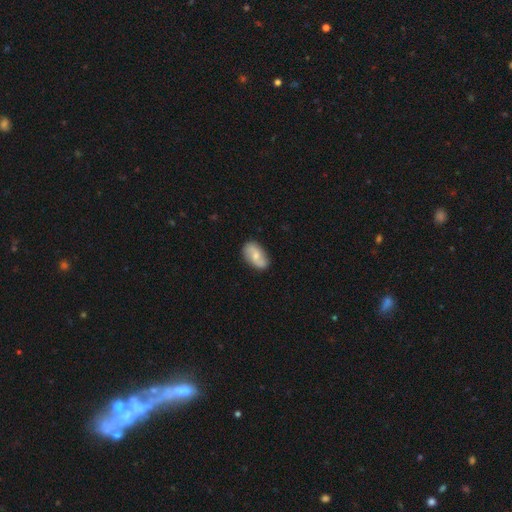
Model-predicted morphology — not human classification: smooth-or-featured: featured or disk: 50% | smooth: 44% | star or artifact: 6%
  merging: none: 81% | minor disturbance: 14% | major disturbance: 3% | merger: 1%